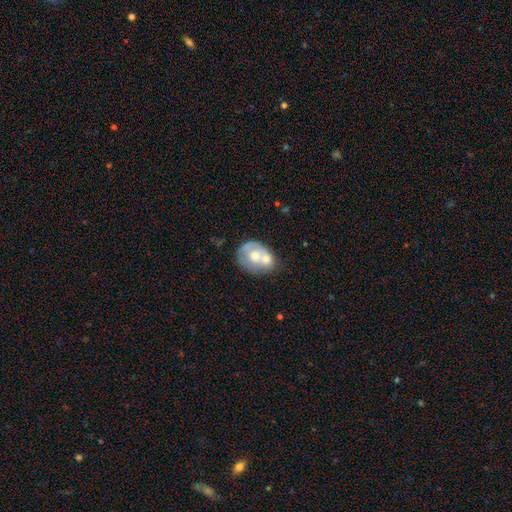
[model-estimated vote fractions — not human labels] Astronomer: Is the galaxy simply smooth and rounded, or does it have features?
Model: featured or disk — 48% (runner-up: smooth, 45%).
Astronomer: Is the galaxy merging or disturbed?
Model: merger — 52%.